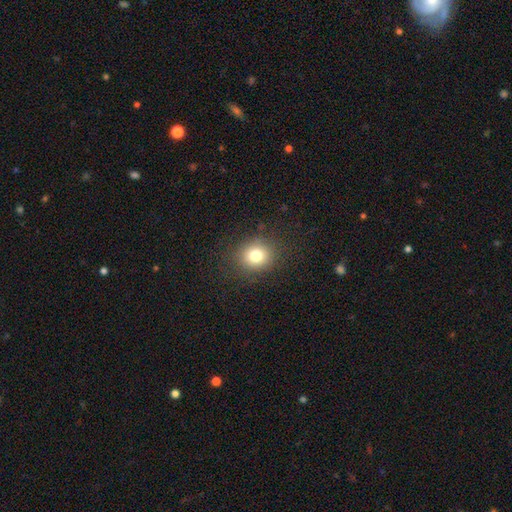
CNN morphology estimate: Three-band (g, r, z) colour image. It shows a smooth galaxy with no disk features (79%) that is round (75%). Merging: none (86%).